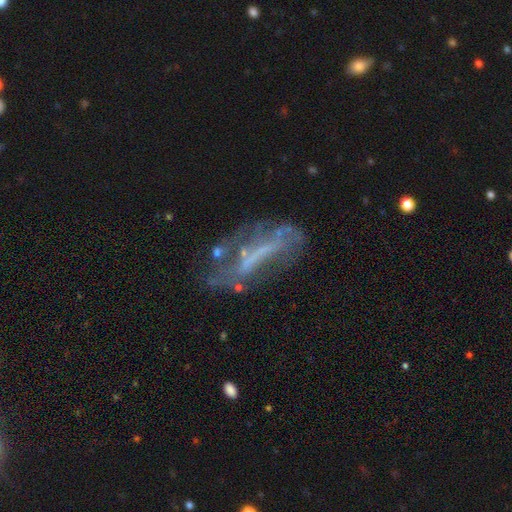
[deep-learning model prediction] Smooth or featured: featured or disk — 66% (smooth — 21%)
Edge-on disk: no — 79% (yes — 21%)
Bar: strong — 38% (no — 37%)
Spiral arms: no — 63% (yes — 37%)
Bulge size: none — 60% (small — 22%)
Merging: none — 41% (major disturbance — 29%)